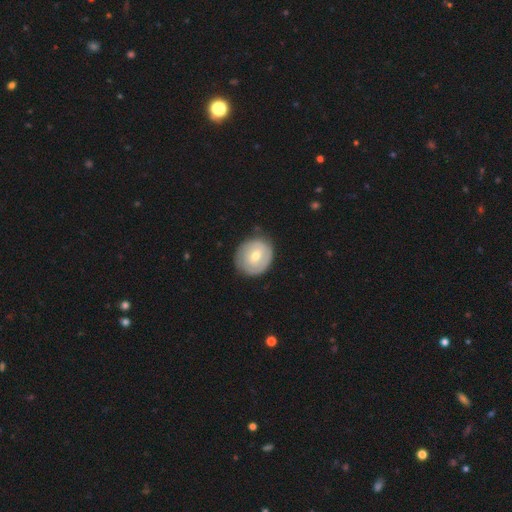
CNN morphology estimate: Smooth or featured? featured or disk (50%)
Merging? none (78%)